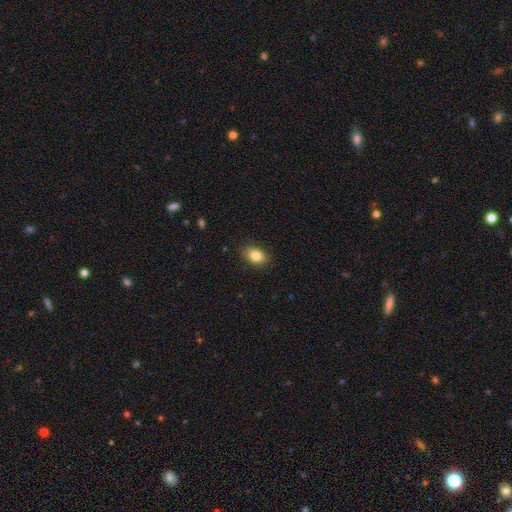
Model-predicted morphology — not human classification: Smooth or featured? Predicted: smooth (p=0.84). How rounded? Predicted: in between (p=0.75). Merging? Predicted: none (p=0.85).